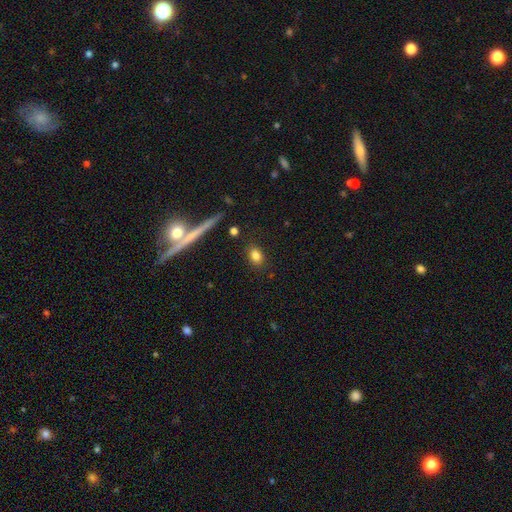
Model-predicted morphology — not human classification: A smooth galaxy with no disk features (82%) that is in between round and cigar-shaped (71%). Merging: none (85%).